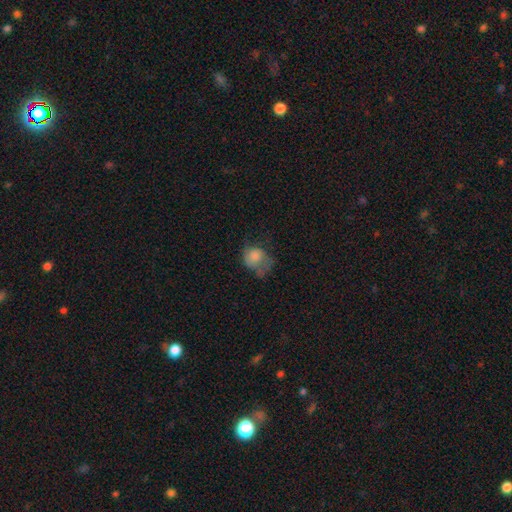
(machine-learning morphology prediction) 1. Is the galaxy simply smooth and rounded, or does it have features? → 67% smooth, 22% featured or disk, 11% star or artifact.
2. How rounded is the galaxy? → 63% round, 36% in between, 1% cigar-shaped.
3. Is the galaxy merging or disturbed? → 35% none (tied), 35% major disturbance (tied), 27% minor disturbance, 3% merger.